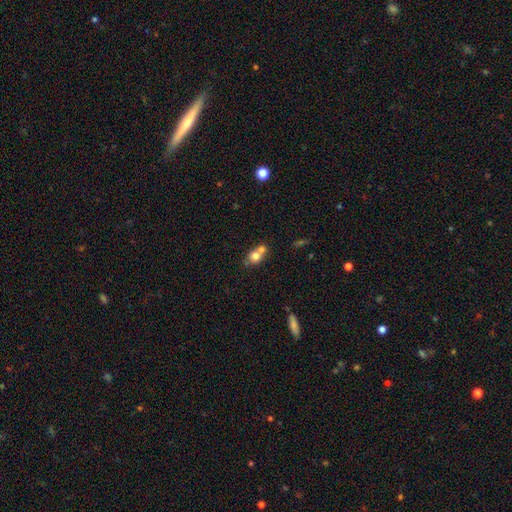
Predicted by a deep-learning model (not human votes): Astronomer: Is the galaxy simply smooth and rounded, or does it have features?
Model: smooth — 73%.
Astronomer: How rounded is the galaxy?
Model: round — 64%.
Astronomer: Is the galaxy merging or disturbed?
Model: merger — 59%.